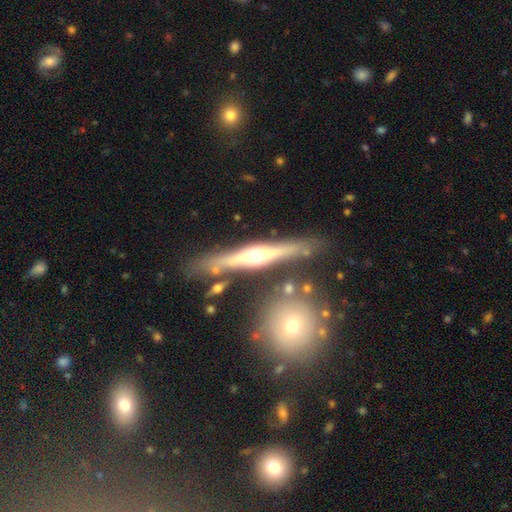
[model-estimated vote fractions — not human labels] A featured or disk galaxy (75%) viewed edge-on (95%) with a rounded central bulge (91%).

Vote fractions:
- Smooth or featured? featured or disk: 75% / smooth: 19% / star or artifact: 6%
- Edge-on disk? yes: 95% / no: 5%
- Edge-on bulge? rounded: 91% / boxy: 5% / none: 4%
- Merging? none: 78% / minor disturbance: 12% / merger: 7% / major disturbance: 3%